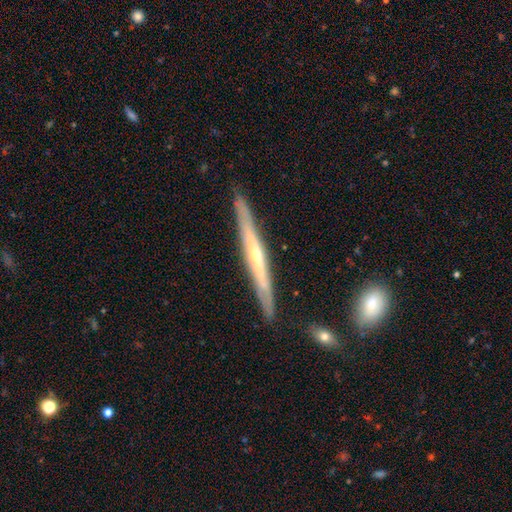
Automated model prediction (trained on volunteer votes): A featured or disk galaxy (73%) viewed edge-on (95%) with a rounded central bulge (56%).

Vote fractions:
- Smooth or featured? featured or disk: 73% / smooth: 22% / star or artifact: 6%
- Edge-on disk? yes: 95% / no: 5%
- Edge-on bulge? rounded: 56% / none: 39% / boxy: 5%
- Merging? none: 88% / minor disturbance: 9% / merger: 2% / major disturbance: 2%